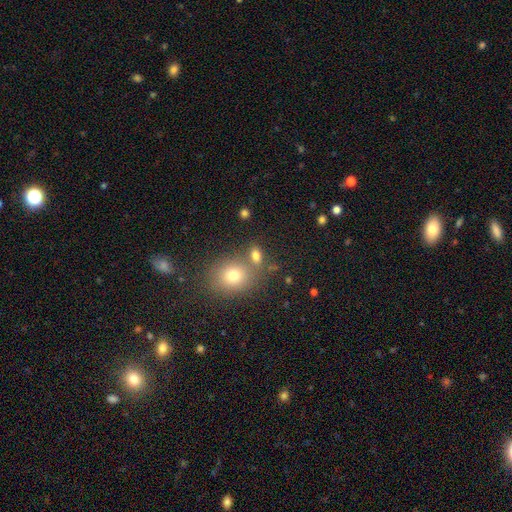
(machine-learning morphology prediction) This appears to be a smooth galaxy with no disk features (76%) that is in between round and cigar-shaped (70%). Merging: none (60%).